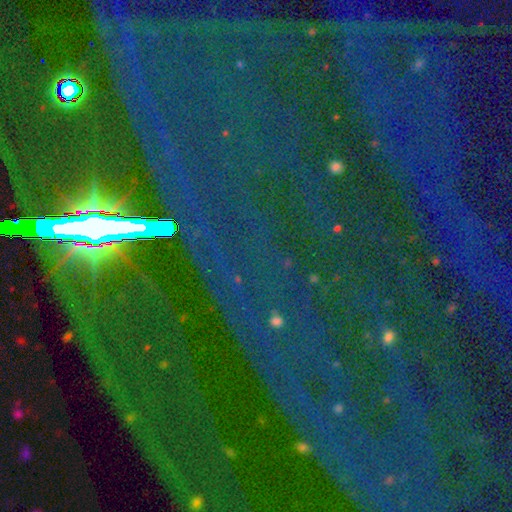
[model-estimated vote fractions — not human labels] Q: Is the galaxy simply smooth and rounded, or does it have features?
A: star or artifact — 86%.